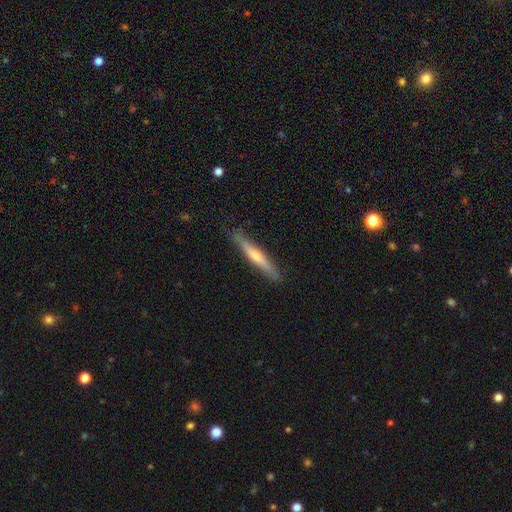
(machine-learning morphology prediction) This is possibly a featured or disk galaxy (58%). It is clearly viewed edge-on (95%). Edge-on bulge: likely rounded (75%). Merging: clearly none (88%).